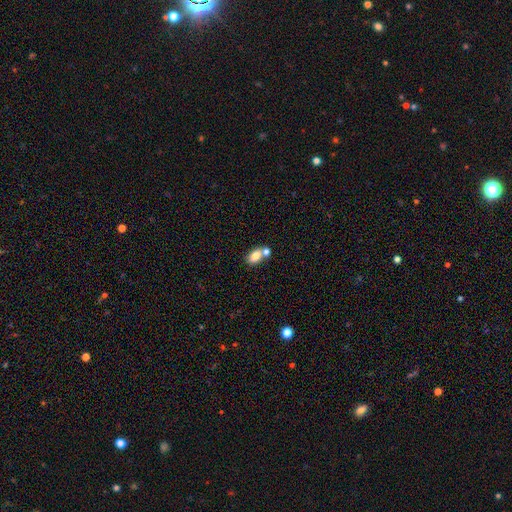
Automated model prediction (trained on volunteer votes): Smooth or featured?
  - smooth: 81% *
  - featured or disk: 11%
  - star or artifact: 9%
How rounded?
  - in between: 87% *
  - round: 10%
  - cigar-shaped: 3%
Merging?
  - none: 44% *
  - merger: 41%
  - minor disturbance: 11%
  - major disturbance: 4%